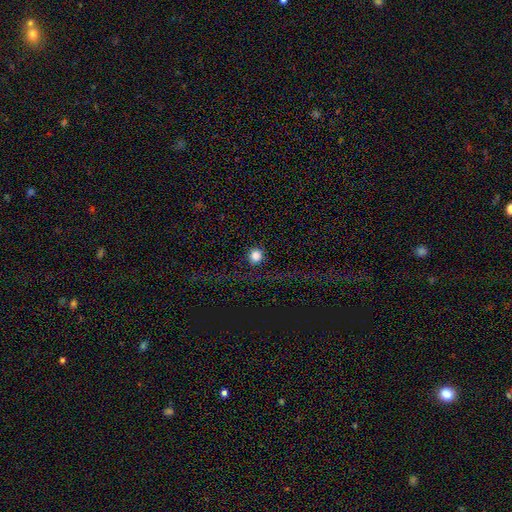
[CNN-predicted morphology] Smooth or featured? Predicted: smooth (p=0.79). How rounded? Predicted: round (p=0.91). Merging? Predicted: none (p=0.84).